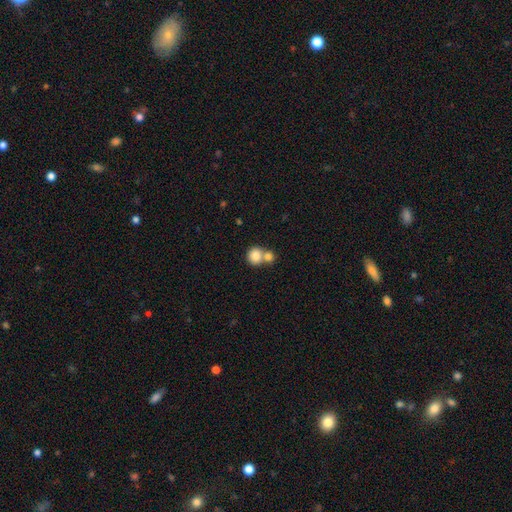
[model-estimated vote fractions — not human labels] This appears to be a smooth galaxy with no disk features (82%) that is round (85%). Merging: merger (51%).